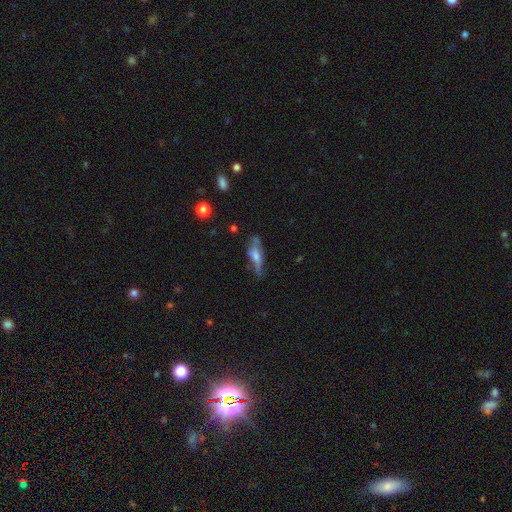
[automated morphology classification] smooth-or-featured: featured or disk: 48% | smooth: 42% | star or artifact: 9%
  merging: none: 51% | minor disturbance: 27% | major disturbance: 15% | merger: 6%